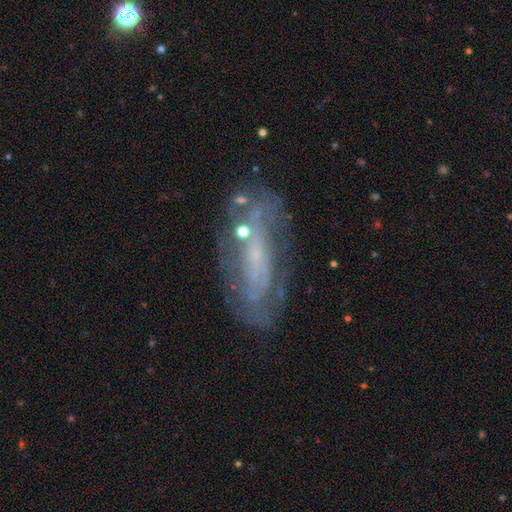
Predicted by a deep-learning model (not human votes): featured or disk 67%, smooth 22%, star or artifact 11%. Down the decision tree: edge-on disk — no (85%); bar — no (65%); spiral arms — yes (62%); bulge size — small (58%); merging — none (66%).